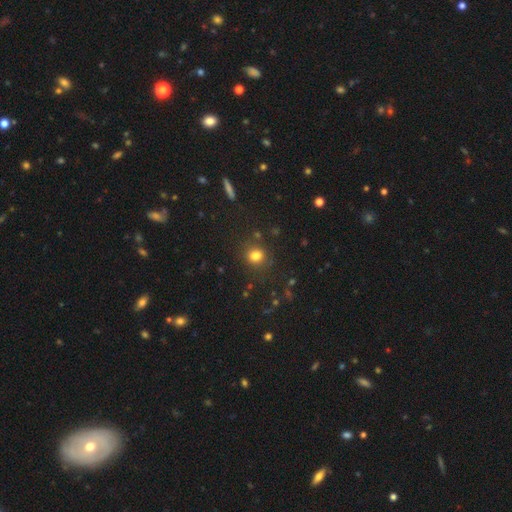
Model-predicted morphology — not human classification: Smooth or featured? smooth (79%)
How rounded? round (77%)
Merging? none (83%)